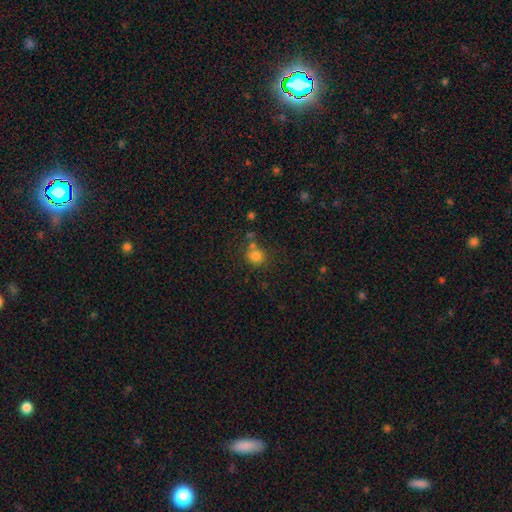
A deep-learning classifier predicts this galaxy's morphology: This appears to be a smooth galaxy with no disk features (79%) that is round (85%). Merging: none (60%).